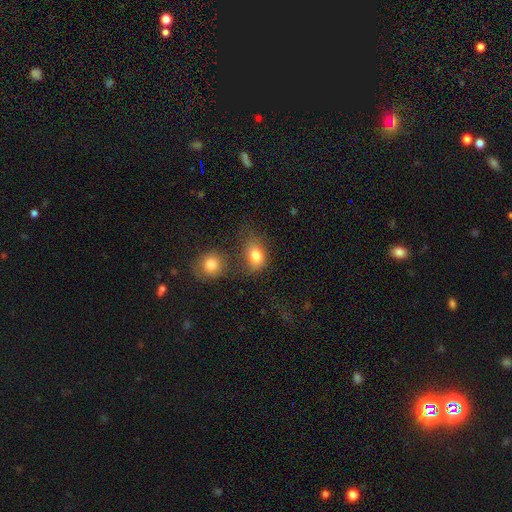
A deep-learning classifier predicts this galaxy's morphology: Smooth or featured?
  - smooth: 81% *
  - star or artifact: 10%
  - featured or disk: 9%
How rounded?
  - in between: 68% *
  - round: 31%
  - cigar-shaped: 1%
Merging?
  - none: 46% *
  - merger: 25%
  - minor disturbance: 19%
  - major disturbance: 10%